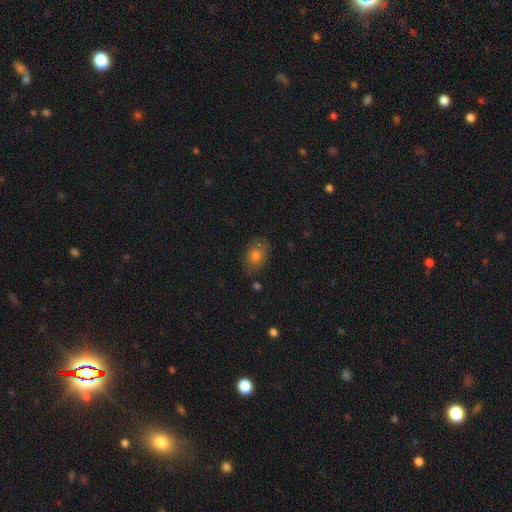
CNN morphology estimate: Smooth or featured: smooth — 72% (featured or disk — 16%)
How rounded: in between — 75% (round — 23%)
Merging: none — 79% (minor disturbance — 16%)